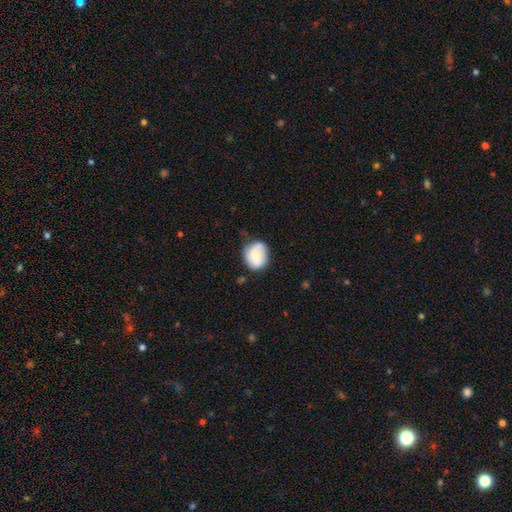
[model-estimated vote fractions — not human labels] This appears to be a smooth galaxy with no disk features (60%) that is round (58%). Merging: none (57%).